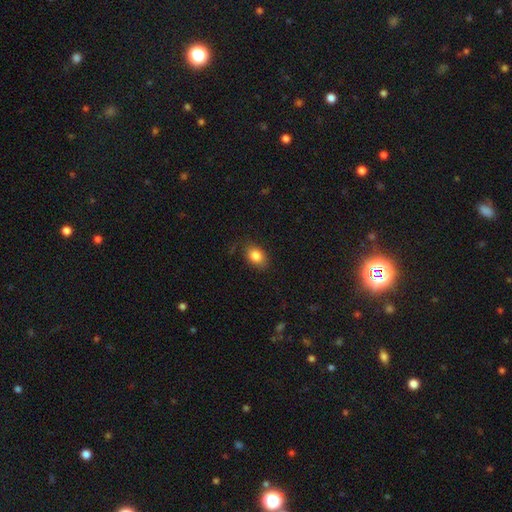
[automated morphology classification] This appears to be a smooth galaxy with no disk features (84%) that is in between round and cigar-shaped (79%). Merging: none (81%).